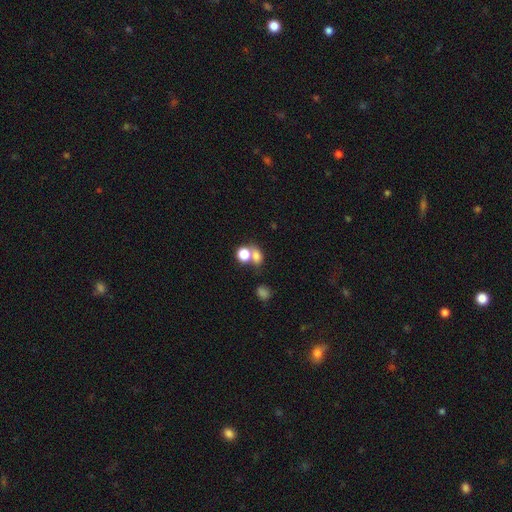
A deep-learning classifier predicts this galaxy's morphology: A smooth galaxy with no disk features (74%) that is round (51%).

Vote fractions:
- Smooth or featured? smooth: 74% / star or artifact: 16% / featured or disk: 10%
- How rounded? round: 51% / in between: 47% / cigar-shaped: 2%
- Merging? merger: 45% / none: 39% / minor disturbance: 9% / major disturbance: 6%